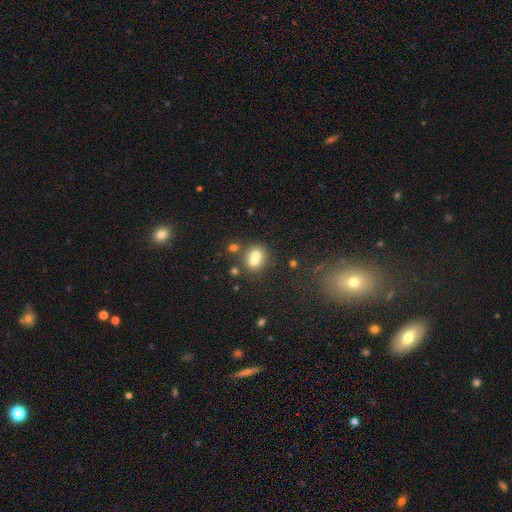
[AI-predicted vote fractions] A smooth galaxy with no disk features (66%) that is round (69%).

Vote fractions:
- Smooth or featured? smooth: 66% / featured or disk: 22% / star or artifact: 12%
- How rounded? round: 69% / in between: 30% / cigar-shaped: 1%
- Merging? merger: 59% / none: 31% / minor disturbance: 7% / major disturbance: 3%